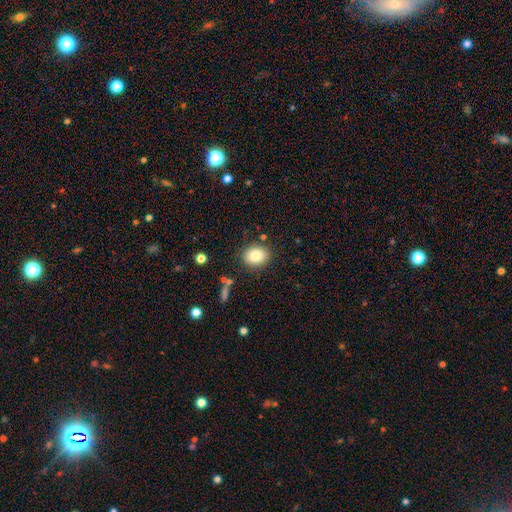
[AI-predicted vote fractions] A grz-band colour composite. It shows a smooth galaxy with no disk features (85%) that is in between round and cigar-shaped (55%). Merging: none (83%).